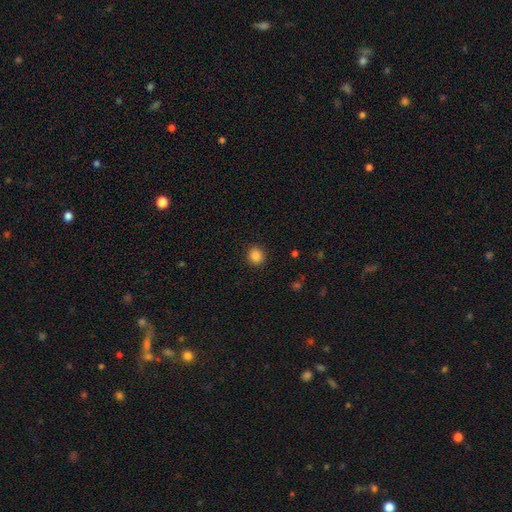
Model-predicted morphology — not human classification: A smooth galaxy with no disk features (87%) that is round (87%).

Vote fractions:
- Smooth or featured? smooth: 87% / star or artifact: 10% / featured or disk: 3%
- How rounded? round: 87% / in between: 12% / cigar-shaped: 1%
- Merging? none: 91% / minor disturbance: 6% / major disturbance: 2% / merger: 1%